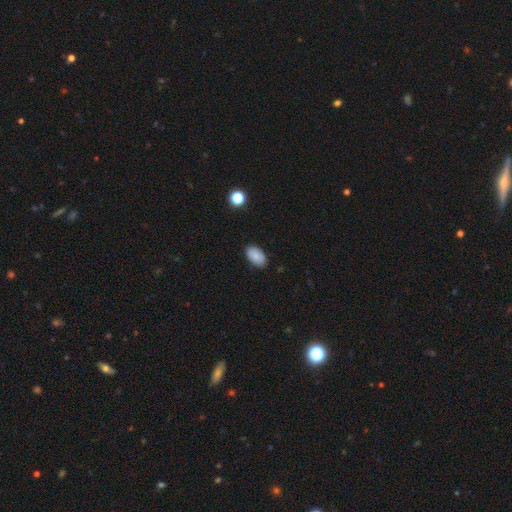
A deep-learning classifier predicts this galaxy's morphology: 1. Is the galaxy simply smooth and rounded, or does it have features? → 85% smooth, 8% star or artifact, 7% featured or disk.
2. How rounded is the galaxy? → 93% in between, 5% round, 1% cigar-shaped.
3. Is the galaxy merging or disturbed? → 86% none, 10% minor disturbance, 2% major disturbance, 1% merger.